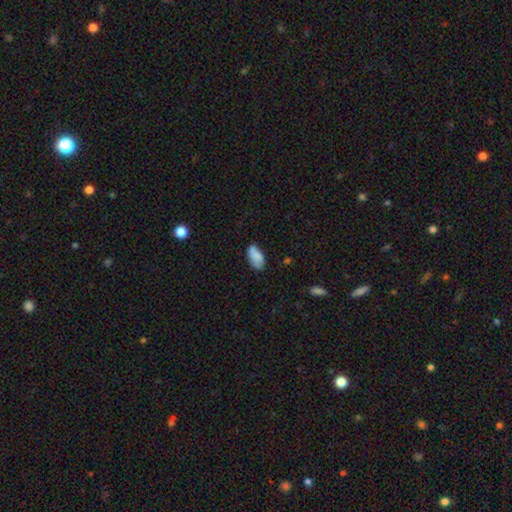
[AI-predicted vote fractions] This appears to be a smooth galaxy with no disk features (81%) that is in between round and cigar-shaped (92%). Merging: none (63%).